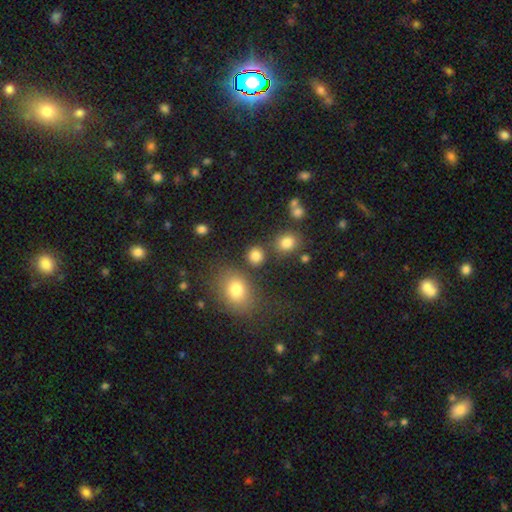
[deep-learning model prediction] Morphology: type=smooth (82%); roundness=round (82%); merging=none (77%).